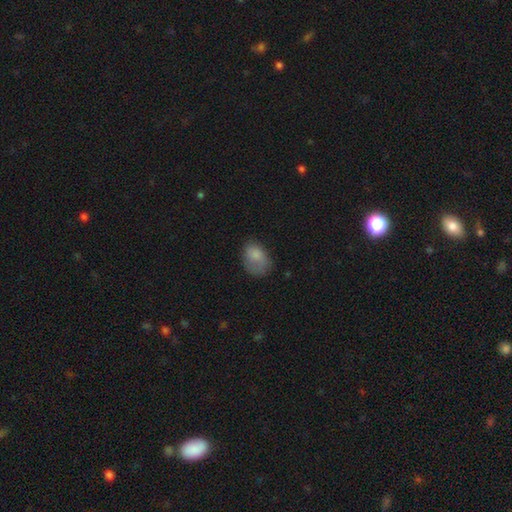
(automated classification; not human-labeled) A smooth galaxy with no disk features (79%) that is in between round and cigar-shaped (78%).

Vote fractions:
- Smooth or featured? smooth: 79% / featured or disk: 13% / star or artifact: 9%
- How rounded? in between: 78% / round: 21% / cigar-shaped: 1%
- Merging? none: 44% / minor disturbance: 32% / major disturbance: 21% / merger: 2%